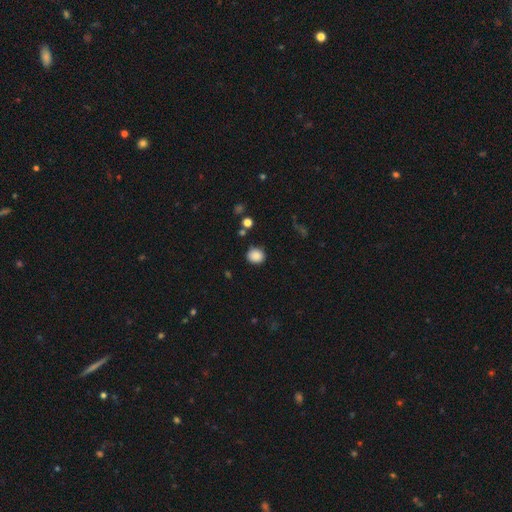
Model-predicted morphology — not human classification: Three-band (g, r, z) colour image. It shows a smooth galaxy with no disk features (86%) that is round (77%). Merging: none (84%).